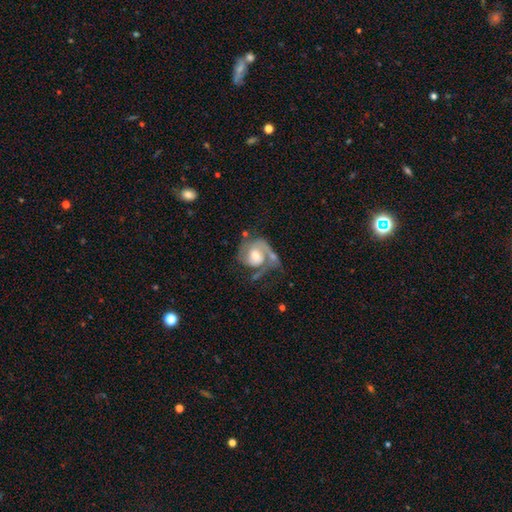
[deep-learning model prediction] Smooth or featured? Predicted: featured or disk (p=0.77). Edge-on disk? Predicted: no (p=0.98). Bar? Predicted: no (p=0.60). Spiral arms? Predicted: yes (p=0.88). Spiral winding? Predicted: medium (p=0.41). Spiral arm count? Predicted: 2 (p=0.52). Bulge size? Predicted: moderate (p=0.65). Merging? Predicted: none (p=0.35).